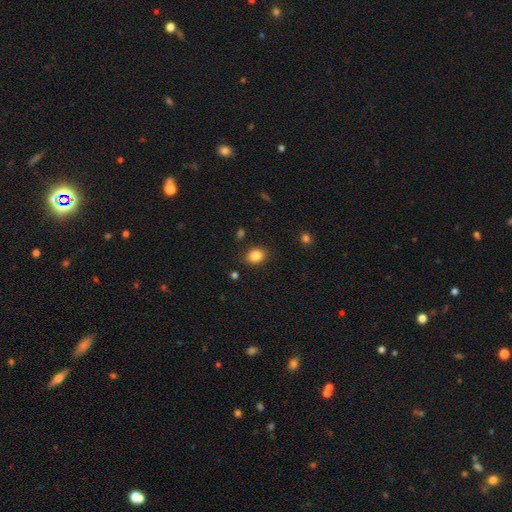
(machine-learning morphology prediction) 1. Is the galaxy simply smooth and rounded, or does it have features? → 85% smooth, 10% star or artifact, 5% featured or disk.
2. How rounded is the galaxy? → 57% in between, 43% round, 1% cigar-shaped.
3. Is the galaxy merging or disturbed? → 86% none, 10% minor disturbance, 3% major disturbance, 2% merger.